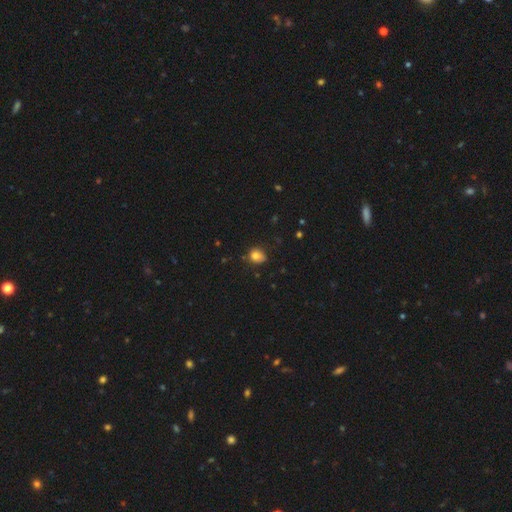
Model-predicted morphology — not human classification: smooth-or-featured: smooth: 80% | star or artifact: 12% | featured or disk: 8%
  how-rounded: round: 62% | in between: 37% | cigar-shaped: 1%
  merging: none: 63% | minor disturbance: 28% | major disturbance: 7% | merger: 3%